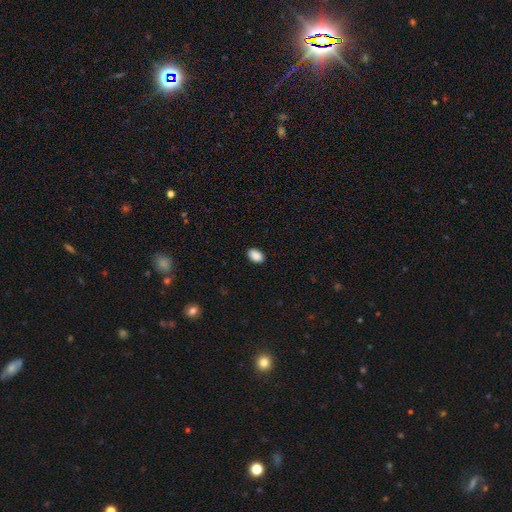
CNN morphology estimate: The model was most divided on "how rounded": in between: 88%, round: 11%, cigar-shaped: 1%. More confident: smooth or featured — smooth (90%); merging — none (89%).